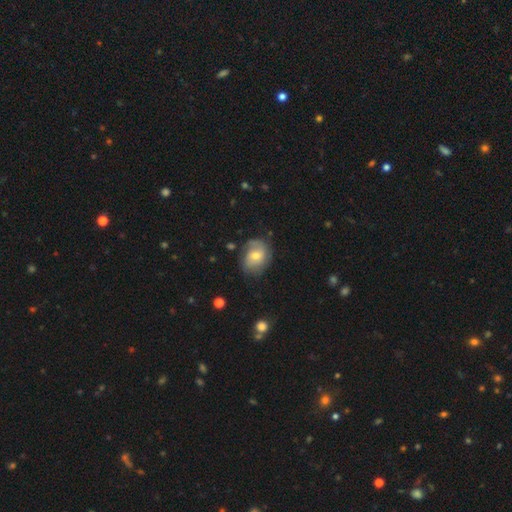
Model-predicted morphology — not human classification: This is possibly a featured or disk galaxy (47%). Merging: likely none (62%).